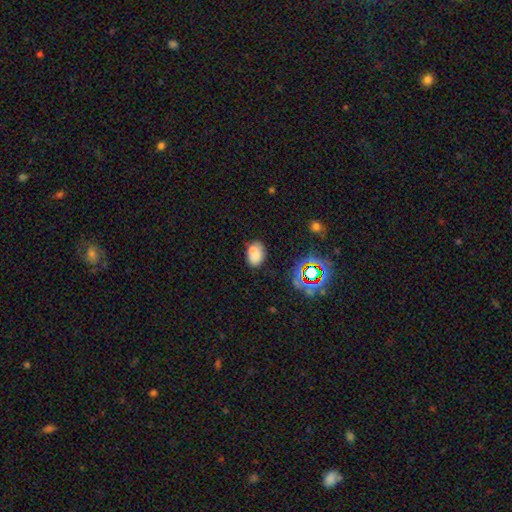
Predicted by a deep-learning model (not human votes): A smooth galaxy with no disk features (70%) that is in between round and cigar-shaped (78%). Merging: none (55%).